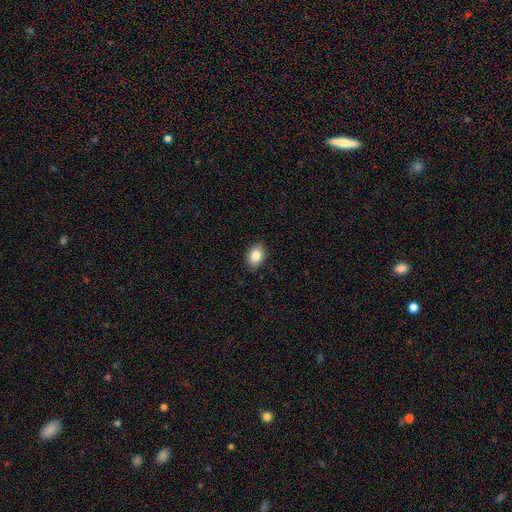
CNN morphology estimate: This is clearly a smooth galaxy (86%). How rounded: clearly in between (82%). Merging: clearly none (88%).